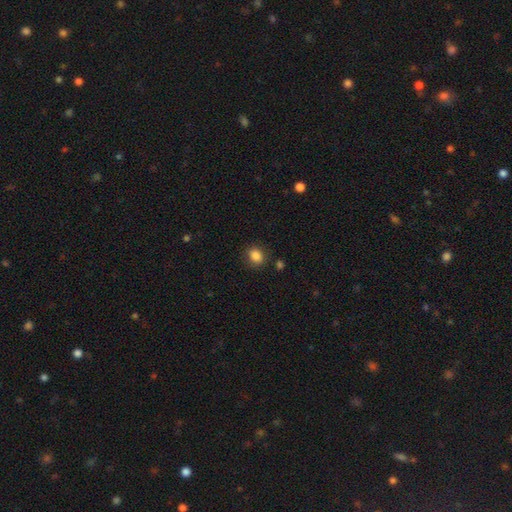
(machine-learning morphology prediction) type=smooth (85%); roundness=round (59%); merging=none (85%).